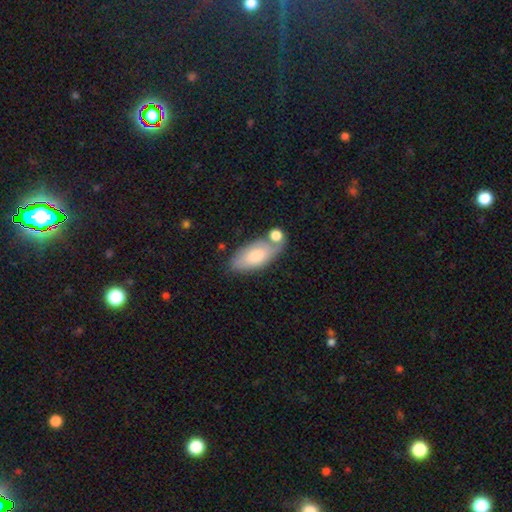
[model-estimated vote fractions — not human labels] This appears to be a smooth galaxy with no disk features (70%) that is in between round and cigar-shaped (89%). Merging: none (55%).